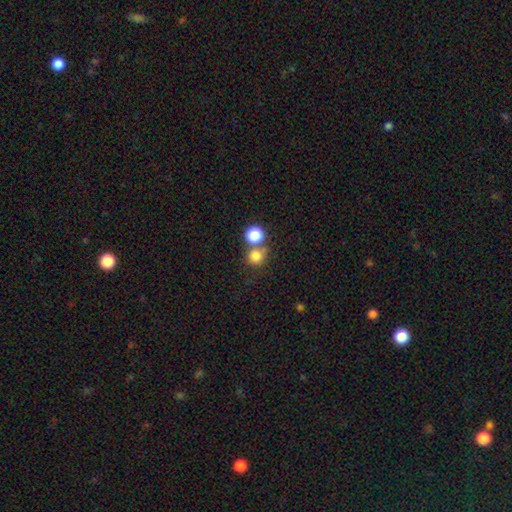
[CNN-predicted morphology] The model was most divided on "merging": none: 57%, merger: 34%, minor disturbance: 6%, major disturbance: 3%. More confident: how rounded — round (91%); smooth or featured — smooth (80%).